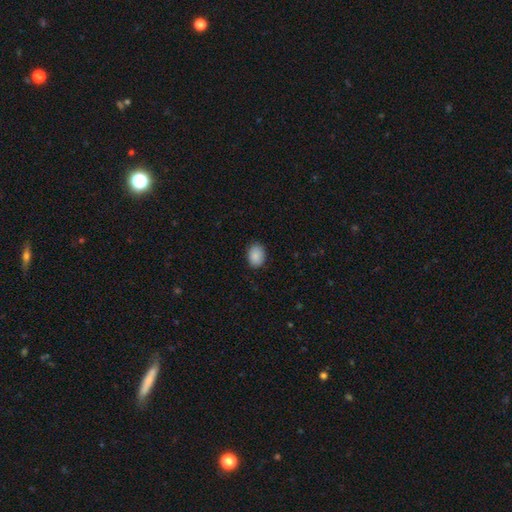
Smooth or featured? 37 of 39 (95%) said smooth. How rounded? 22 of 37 (59%) said in between. Merging? 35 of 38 (92%) said none.